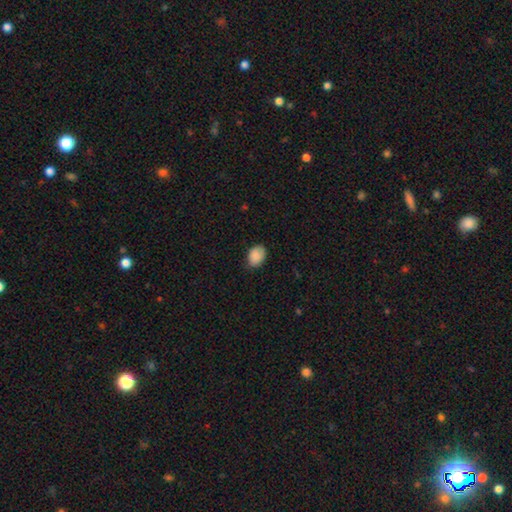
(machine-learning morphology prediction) Smooth or featured? smooth (89%)
How rounded? in between (77%)
Merging? none (78%)